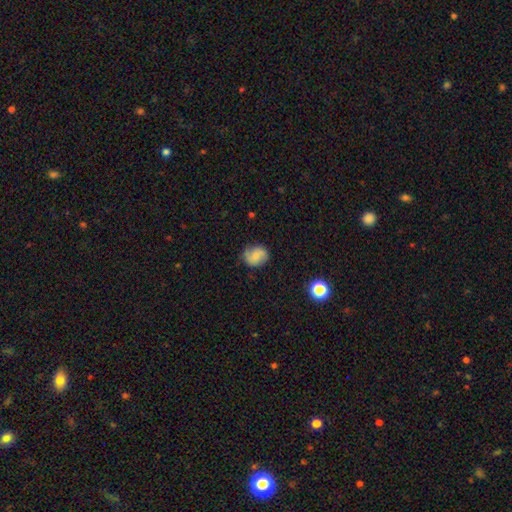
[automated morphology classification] A smooth galaxy with no disk features (50%) that is round (66%). Merging: none (79%).